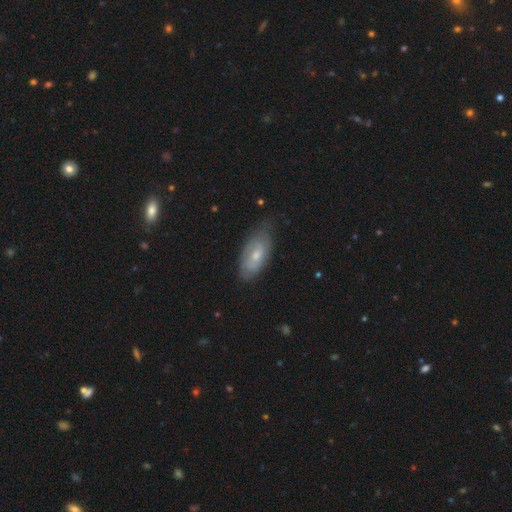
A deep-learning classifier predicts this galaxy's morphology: Overall: featured or disk (55%; smooth 39%). Edge-on disk: no (89%). Merging: none (62%; minor disturbance 29%).